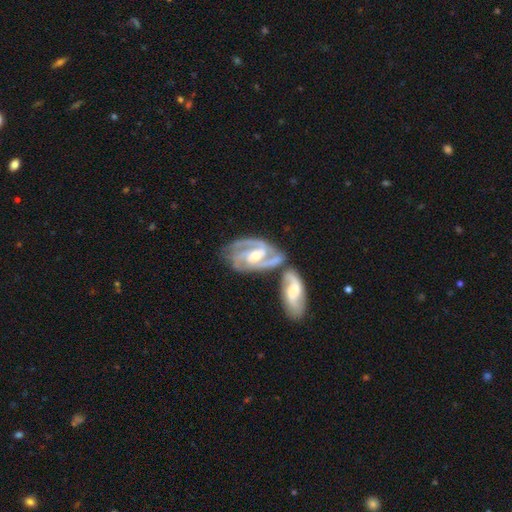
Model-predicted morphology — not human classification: Overall: featured or disk (91%). Edge-on disk: no (96%). Bar: weak (42%; no 34%). Spiral arms: yes (97%). Spiral arm count: 2 (49%; 3 33%). Spiral winding: medium (52%; tight 35%). Bulge size: moderate (61%; small 35%). Merging: merger (37%, tied with none).